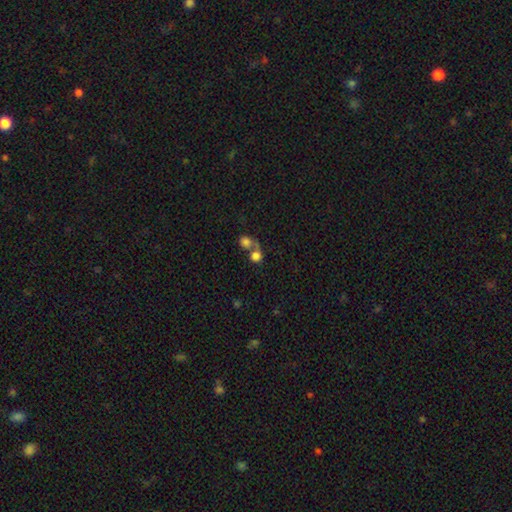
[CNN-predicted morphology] smooth_or_featured: smooth (p=0.76) [alt: star or artifact p=0.12]
how_rounded: round (p=0.80) [alt: in between p=0.18]
merging: merger (p=0.59) [alt: none p=0.28]